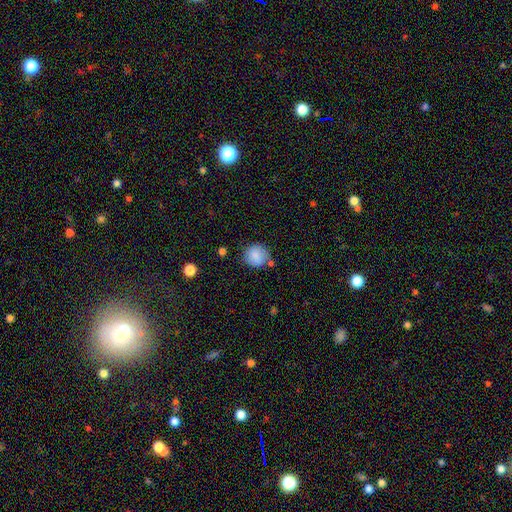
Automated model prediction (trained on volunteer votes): Smooth or featured? smooth (82%)
How rounded? round (84%)
Merging? none (71%)